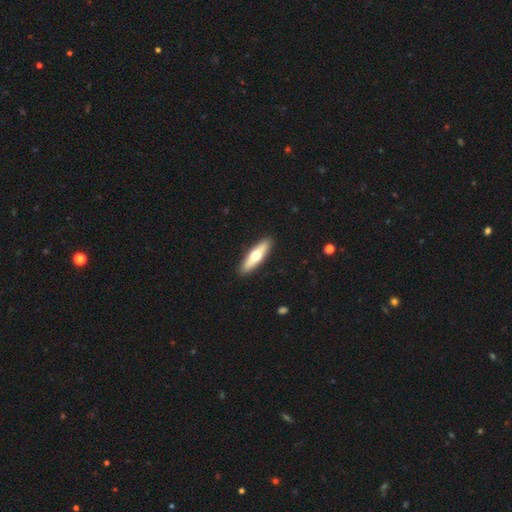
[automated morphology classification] Smooth or featured? smooth (53%)
How rounded? cigar-shaped (66%)
Merging? none (91%)